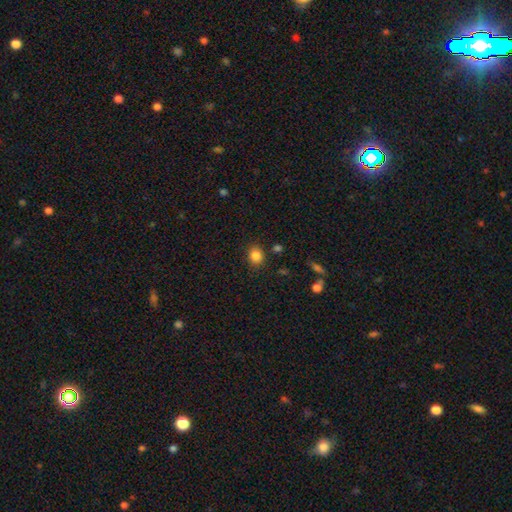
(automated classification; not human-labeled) smooth-or-featured: smooth: 85% | star or artifact: 11% | featured or disk: 5%
  how-rounded: round: 64% | in between: 35% | cigar-shaped: 1%
  merging: none: 84% | minor disturbance: 10% | major disturbance: 3% | merger: 3%